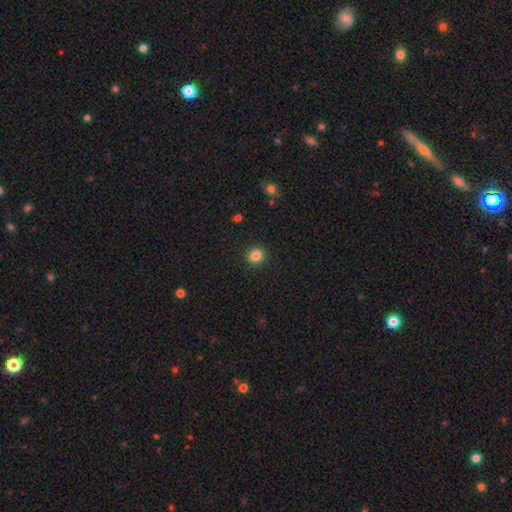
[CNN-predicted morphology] A smooth galaxy with no disk features (85%) that is round (87%).

Vote fractions:
- Smooth or featured? smooth: 85% / star or artifact: 11% / featured or disk: 4%
- How rounded? round: 87% / in between: 12% / cigar-shaped: 1%
- Merging? none: 92% / minor disturbance: 5% / major disturbance: 2% / merger: 1%